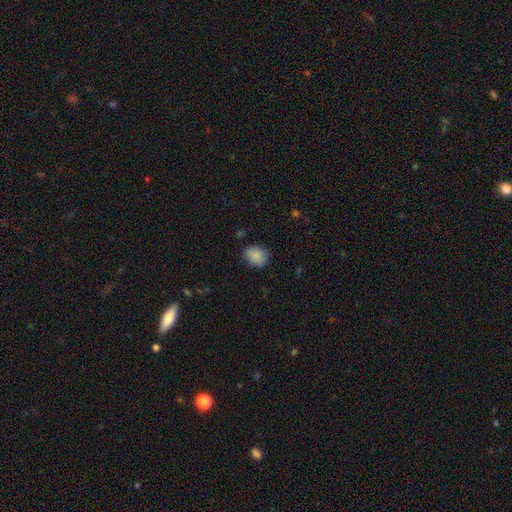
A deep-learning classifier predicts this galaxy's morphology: A smooth galaxy with no disk features (87%) that is in between round and cigar-shaped (52%). Merging: none (78%).